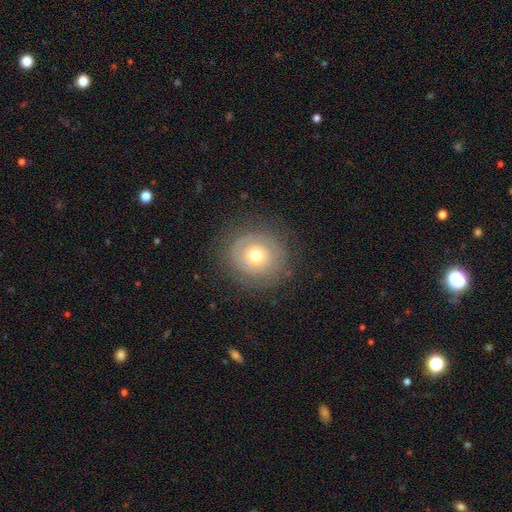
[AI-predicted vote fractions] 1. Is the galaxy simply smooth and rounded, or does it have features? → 47% smooth, 44% featured or disk, 9% star or artifact.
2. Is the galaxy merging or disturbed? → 80% none, 13% minor disturbance, 6% major disturbance, 1% merger.